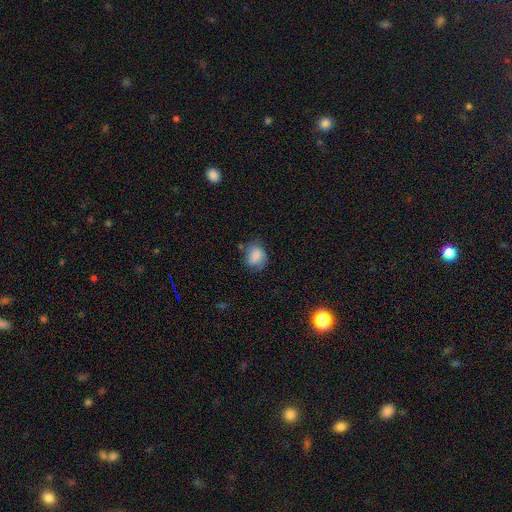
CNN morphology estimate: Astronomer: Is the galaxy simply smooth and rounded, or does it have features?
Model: smooth — 81%.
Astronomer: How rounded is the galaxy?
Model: round — 50% (runner-up: in between, 49%).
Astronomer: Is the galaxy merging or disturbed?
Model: none — 63%.